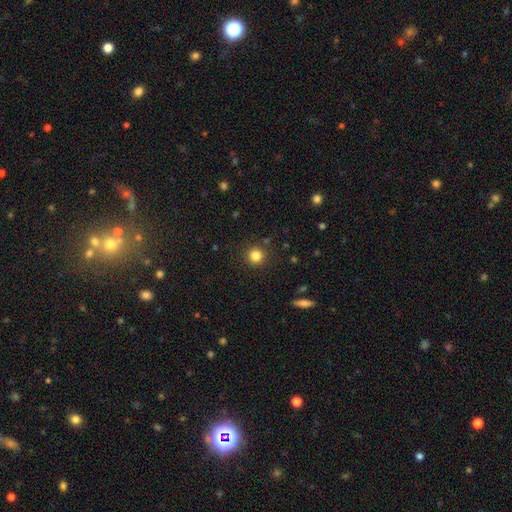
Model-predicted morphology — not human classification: Overall: smooth (82%). How rounded: round (94%). Merging: none (90%).